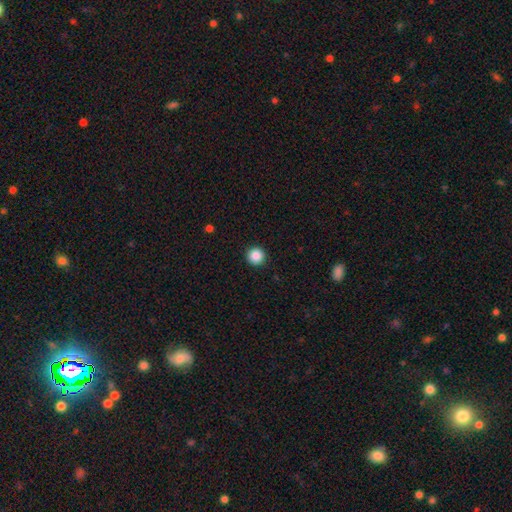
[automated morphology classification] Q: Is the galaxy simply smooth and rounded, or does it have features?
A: smooth — 87%.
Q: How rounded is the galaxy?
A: round — 96%.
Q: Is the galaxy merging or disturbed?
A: none — 93%.